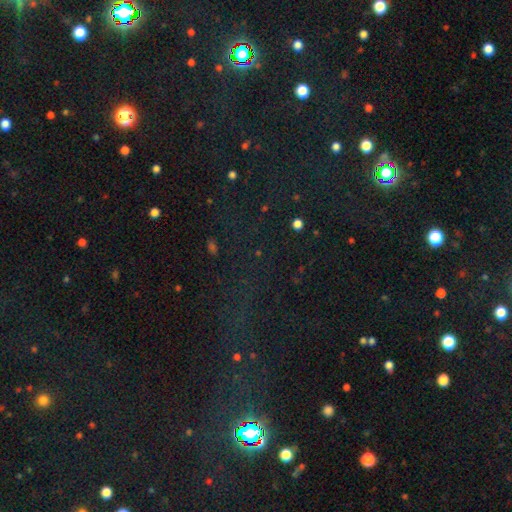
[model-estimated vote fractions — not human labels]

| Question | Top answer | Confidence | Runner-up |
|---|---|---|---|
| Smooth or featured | star or artifact | 77% | smooth (15%) |